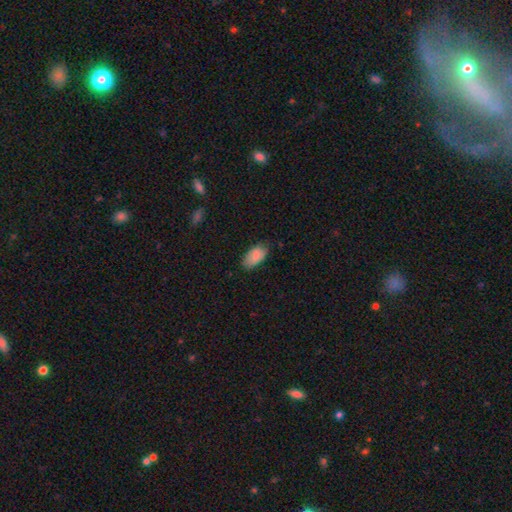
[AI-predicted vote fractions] Smooth or featured?
  - smooth: 86% *
  - featured or disk: 8%
  - star or artifact: 7%
How rounded?
  - in between: 94% *
  - round: 3%
  - cigar-shaped: 3%
Merging?
  - none: 73% *
  - minor disturbance: 22%
  - major disturbance: 4%
  - merger: 1%